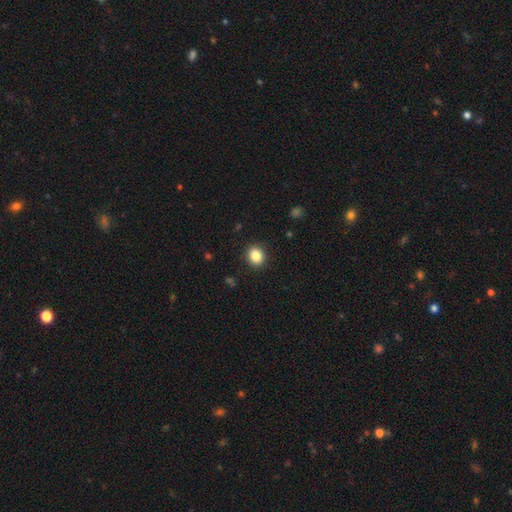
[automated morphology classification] A smooth galaxy with no disk features (85%) that is round (69%). Merging: none (90%).